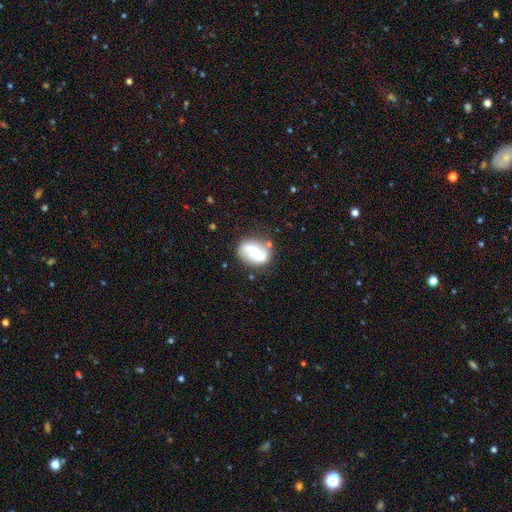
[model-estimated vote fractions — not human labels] Smooth or featured?
  - featured or disk: 78% *
  - smooth: 16%
  - star or artifact: 6%
Edge-on disk?
  - no: 98% *
  - yes: 2%
Bar?
  - no: 43% *
  - weak: 41%
  - strong: 16%
Spiral arms?
  - yes: 93% *
  - no: 7%
Spiral winding?
  - medium: 42% *
  - loose: 41%
  - tight: 17%
Spiral arm count?
  - 2: 90% *
  - can't tell: 5%
  - 1: 3%
  - 3: 1%
  - 4: 1%
  - more than 4: 1%
Bulge size?
  - moderate: 56% *
  - small: 36%
  - large: 5%
  - none: 2%
  - dominant: 1%
Merging?
  - none: 75% *
  - minor disturbance: 16%
  - major disturbance: 5%
  - merger: 4%